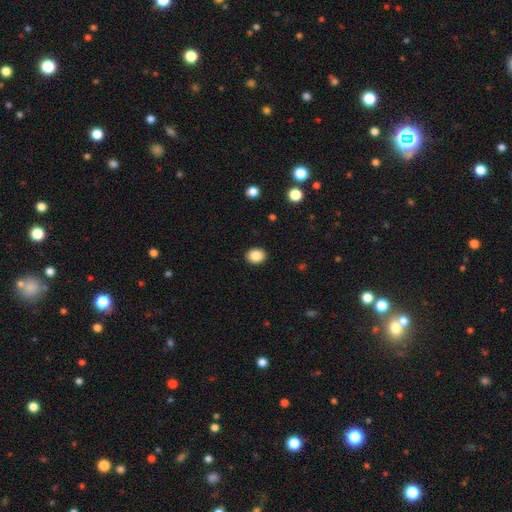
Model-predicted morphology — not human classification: Smooth or featured? smooth (87%)
How rounded? round (54%)
Merging? none (91%)